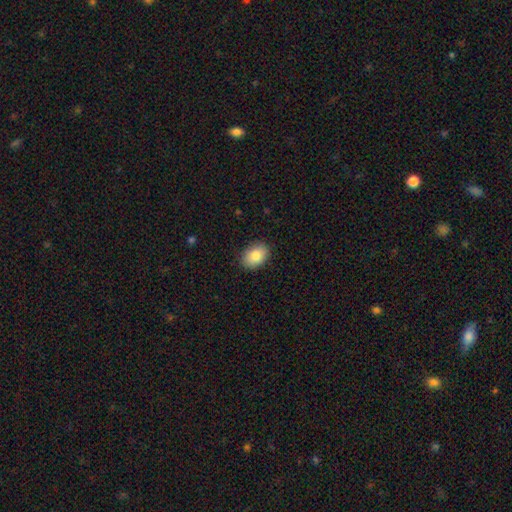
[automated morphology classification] smooth 85%, featured or disk 7%, star or artifact 7%. Down the decision tree: how rounded — in between (81%); merging — none (88%).